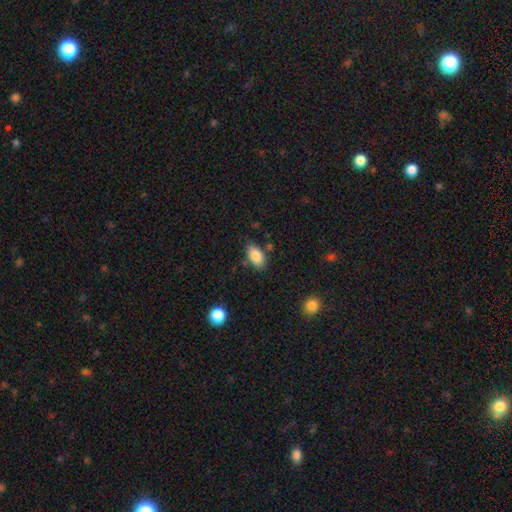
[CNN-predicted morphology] This appears to be a smooth galaxy with no disk features (85%) that is in between round and cigar-shaped (92%). Merging: none (76%).